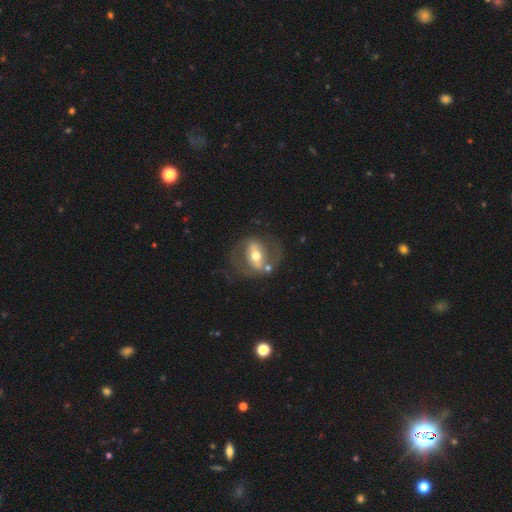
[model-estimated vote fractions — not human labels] A featured or disk galaxy (70%) with a strong bar (54%), no spiral arms (51%) and a moderate central bulge (71%). Merging: none (61%).